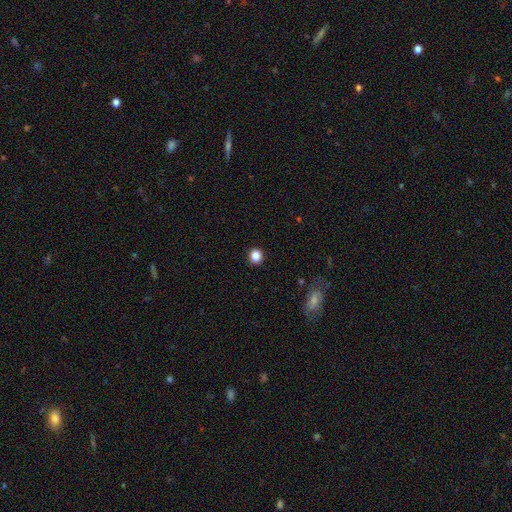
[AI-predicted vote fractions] smooth 85%, star or artifact 11%, featured or disk 4%. Down the decision tree: how rounded — round (85%); merging — none (92%).